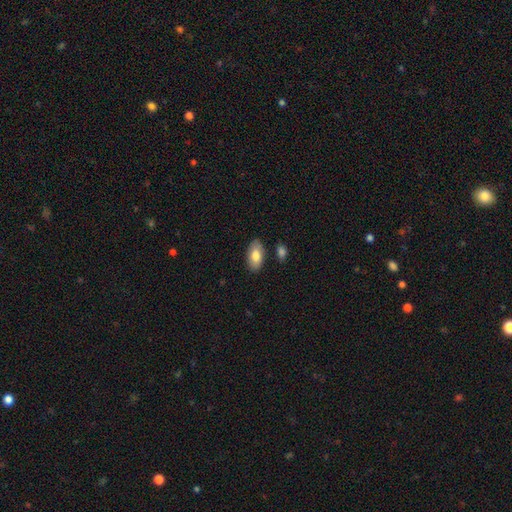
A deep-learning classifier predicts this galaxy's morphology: A smooth galaxy with no disk features (79%) that is in between round and cigar-shaped (94%). Merging: none (84%).